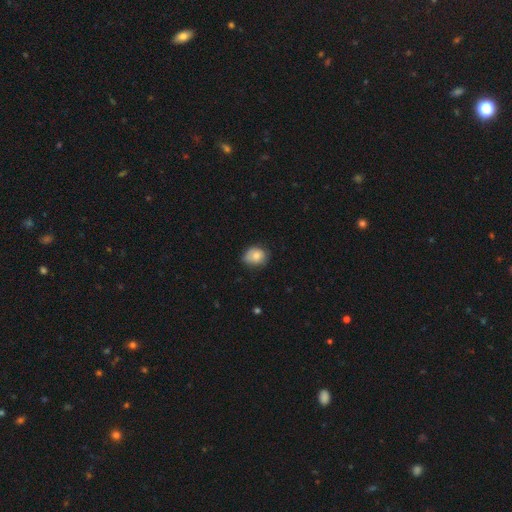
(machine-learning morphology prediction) A smooth galaxy with no disk features (80%) that is round (54%). Merging: none (61%).